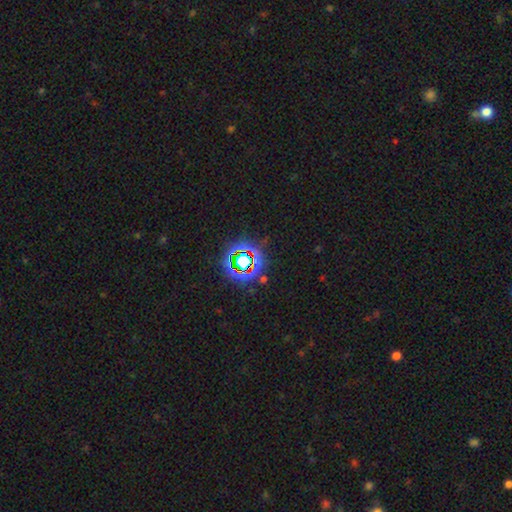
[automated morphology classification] Smooth or featured?
  - star or artifact: 77% *
  - smooth: 14%
  - featured or disk: 9%